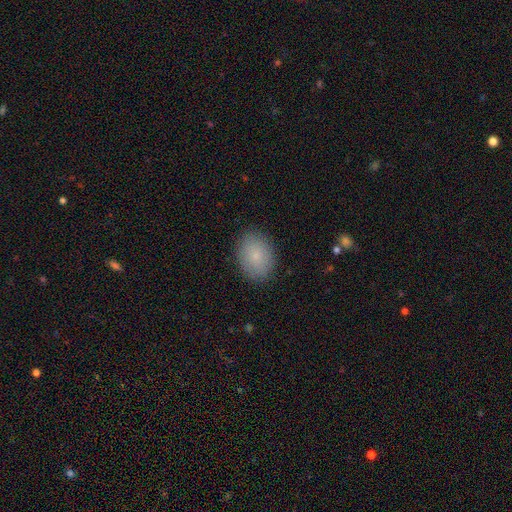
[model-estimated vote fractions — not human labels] A smooth galaxy with no disk features (83%) that is in between round and cigar-shaped (70%).

Vote fractions:
- Smooth or featured? smooth: 83% / featured or disk: 9% / star or artifact: 8%
- How rounded? in between: 70% / round: 29% / cigar-shaped: 1%
- Merging? none: 87% / minor disturbance: 9% / major disturbance: 3% / merger: 1%